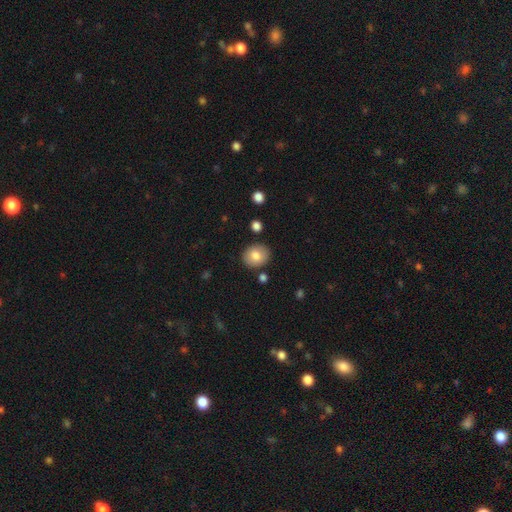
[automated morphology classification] type=smooth (80%); roundness=round (61%); merging=none (85%).